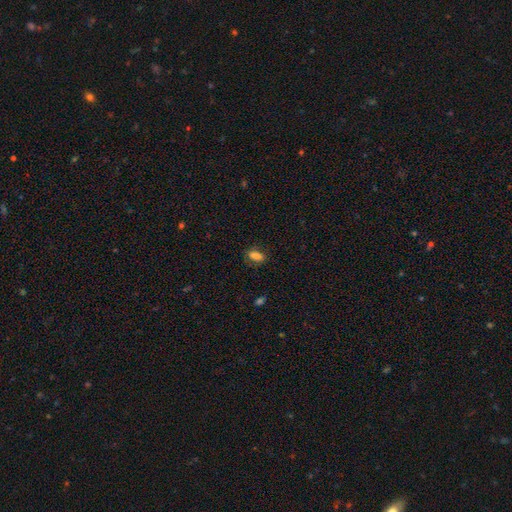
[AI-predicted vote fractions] This is clearly a smooth galaxy (81%). How rounded: clearly in between (82%). Merging: likely none (76%).